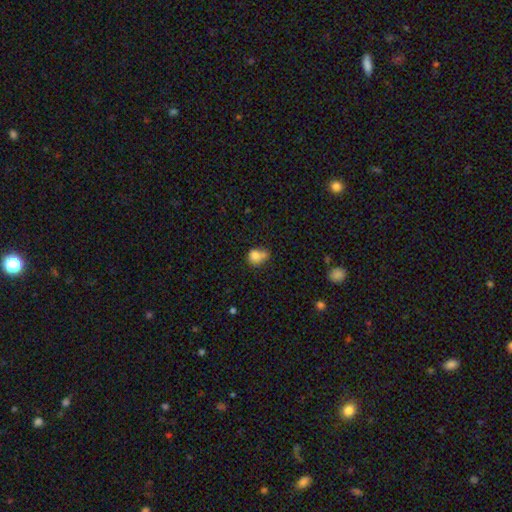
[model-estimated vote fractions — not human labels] Smooth or featured?
  - smooth: 79% *
  - star or artifact: 10%
  - featured or disk: 10%
How rounded?
  - round: 65% *
  - in between: 34%
  - cigar-shaped: 1%
Merging?
  - none: 35% *
  - merger: 34%
  - minor disturbance: 22%
  - major disturbance: 9%